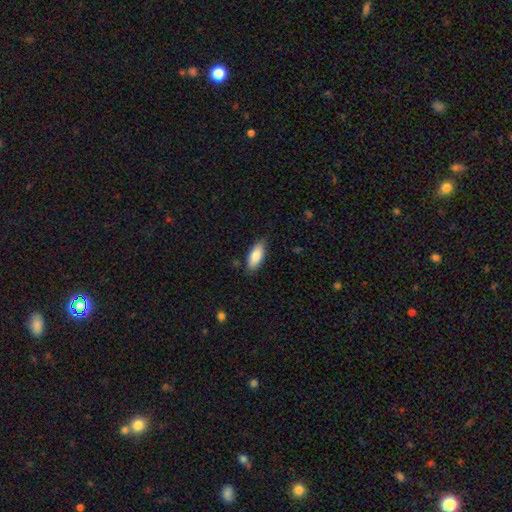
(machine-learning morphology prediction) Smooth or featured?
  - smooth: 82% *
  - featured or disk: 12%
  - star or artifact: 6%
How rounded?
  - in between: 79% *
  - cigar-shaped: 19%
  - round: 2%
Merging?
  - none: 82% *
  - minor disturbance: 14%
  - major disturbance: 2%
  - merger: 1%